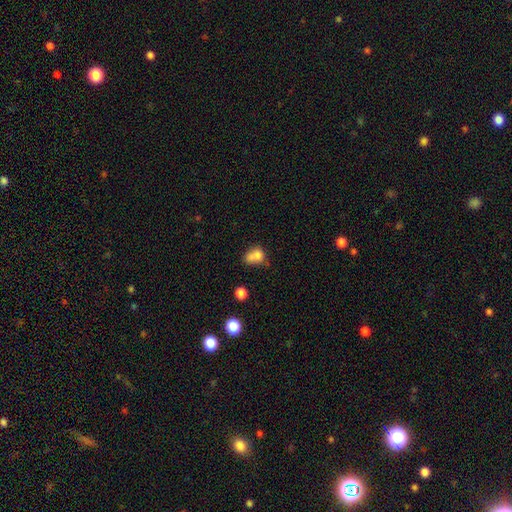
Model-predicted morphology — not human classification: A smooth galaxy with no disk features (73%) that is in between round and cigar-shaped (53%).

Vote fractions:
- Smooth or featured? smooth: 73% / featured or disk: 15% / star or artifact: 12%
- How rounded? in between: 53% / round: 46% / cigar-shaped: 2%
- Merging? merger: 47% / none: 28% / minor disturbance: 16% / major disturbance: 9%